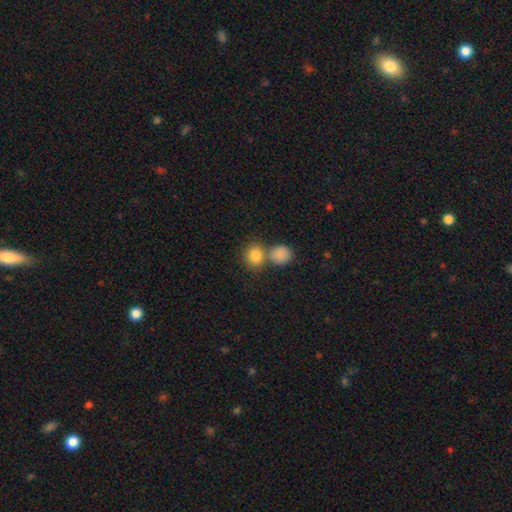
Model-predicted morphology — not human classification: smooth-or-featured: smooth: 84% | star or artifact: 10% | featured or disk: 7%
  how-rounded: round: 77% | in between: 22% | cigar-shaped: 1%
  merging: none: 49% | merger: 40% | minor disturbance: 8% | major disturbance: 3%